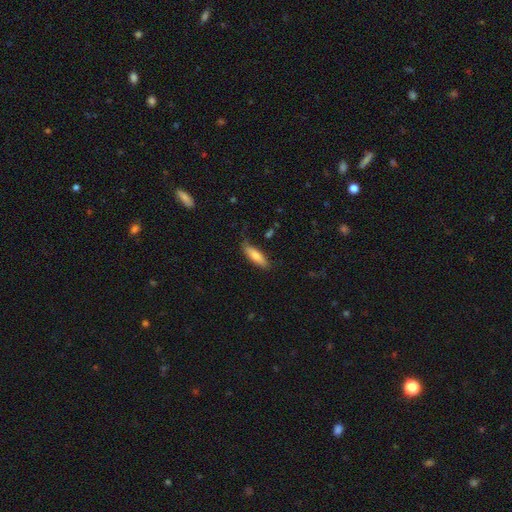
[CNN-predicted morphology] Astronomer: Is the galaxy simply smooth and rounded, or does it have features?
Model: smooth — 76%.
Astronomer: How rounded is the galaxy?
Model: cigar-shaped — 58% (runner-up: in between, 40%).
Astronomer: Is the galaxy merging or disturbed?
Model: none — 74%.